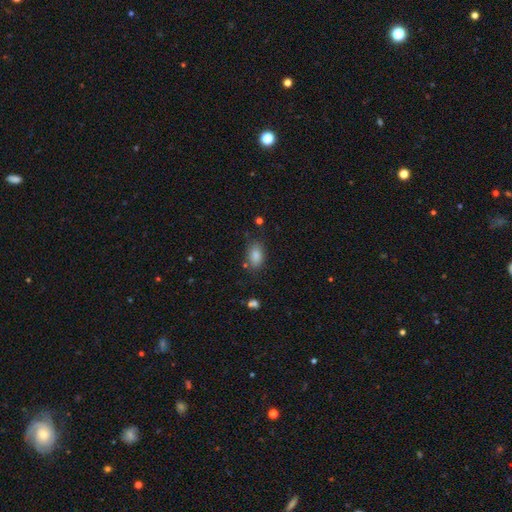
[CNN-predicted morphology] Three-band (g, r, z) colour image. It shows a smooth galaxy with no disk features (85%) that is in between round and cigar-shaped (88%). Merging: none (77%).